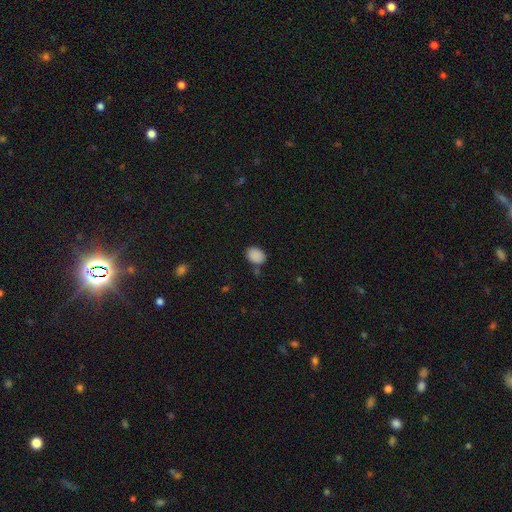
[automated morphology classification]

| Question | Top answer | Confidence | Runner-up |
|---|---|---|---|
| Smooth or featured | smooth | 88% | star or artifact (9%) |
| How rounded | in between | 75% | round (24%) |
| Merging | none | 74% | minor disturbance (16%) |